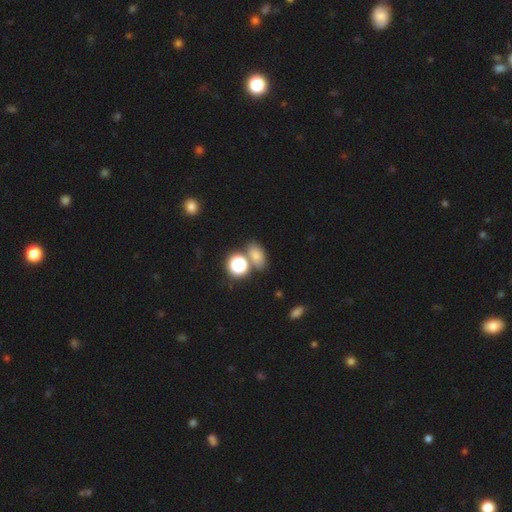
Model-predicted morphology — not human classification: This is likely a smooth galaxy (70%). How rounded: likely in between (74%). Merging: likely none (64%).